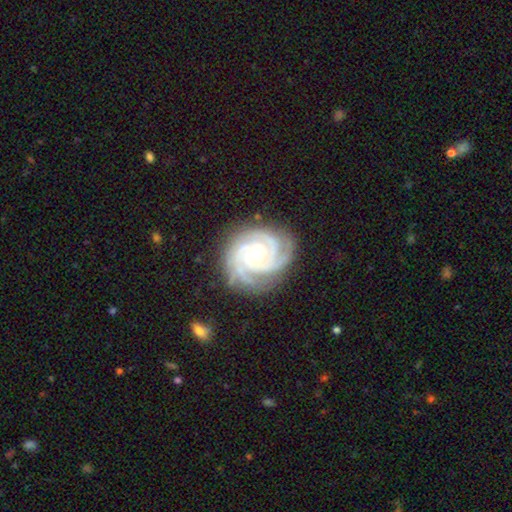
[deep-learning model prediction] Smooth or featured? featured or disk (92%)
Edge-on disk? no (98%)
Bar? no (72%)
Spiral arms? yes (99%)
Spiral winding? tight (81%)
Spiral arm count? 3 (48%)
Bulge size? moderate (54%)
Merging? none (81%)